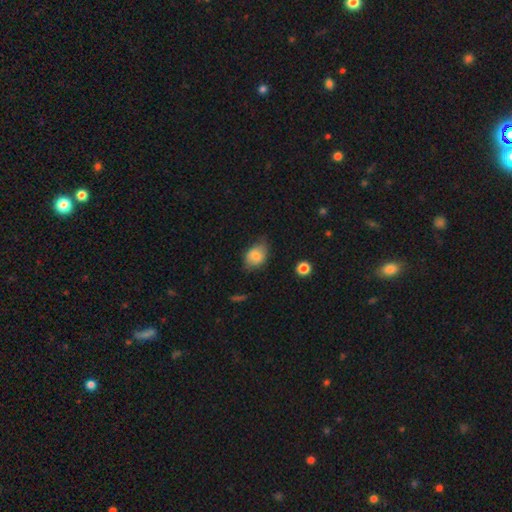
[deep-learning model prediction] Smooth or featured: smooth — 74% (featured or disk — 18%)
How rounded: in between — 71% (round — 28%)
Merging: none — 59% (minor disturbance — 32%)